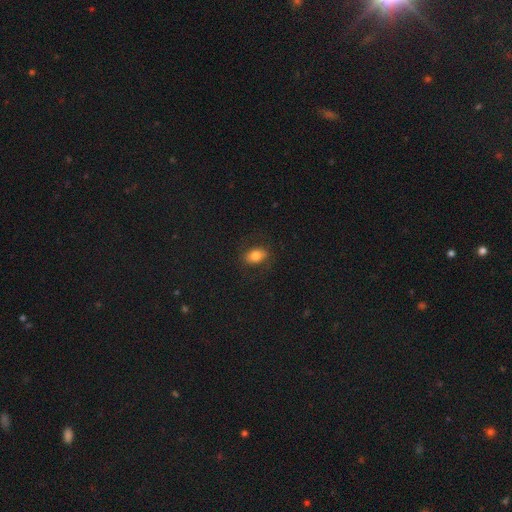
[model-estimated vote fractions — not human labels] This appears to be a smooth galaxy with no disk features (76%) that is in between round and cigar-shaped (79%). Merging: none (80%).